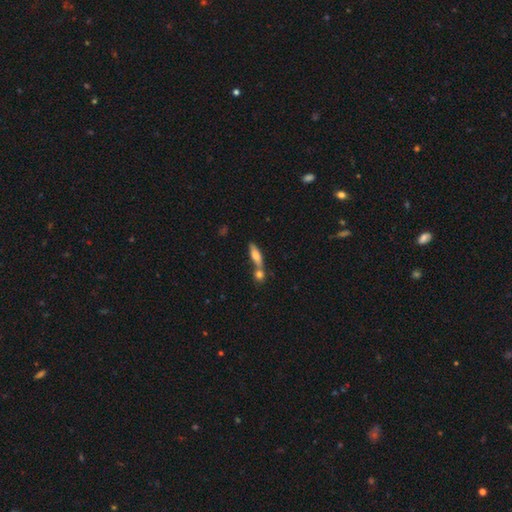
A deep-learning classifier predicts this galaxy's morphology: This appears to be a smooth galaxy with no disk features (70%) that is in between round and cigar-shaped (51%). Merging: merger (47%).